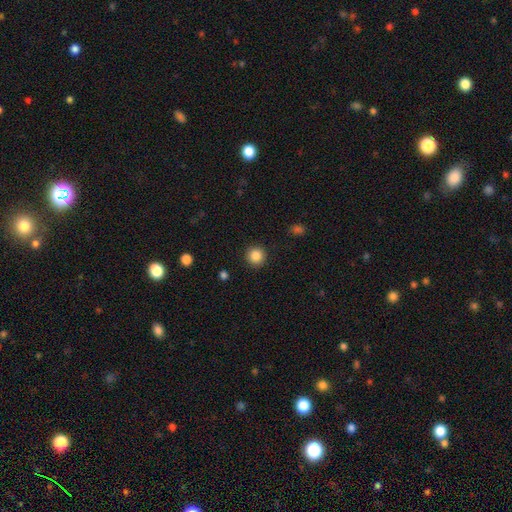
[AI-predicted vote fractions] This is clearly a smooth galaxy (87%). How rounded: clearly round (95%). Merging: clearly none (92%).